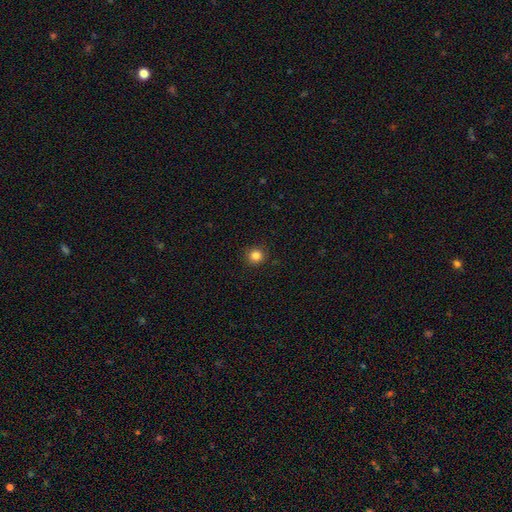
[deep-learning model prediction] This appears to be a smooth galaxy with no disk features (84%) that is round (93%). Merging: none (91%).